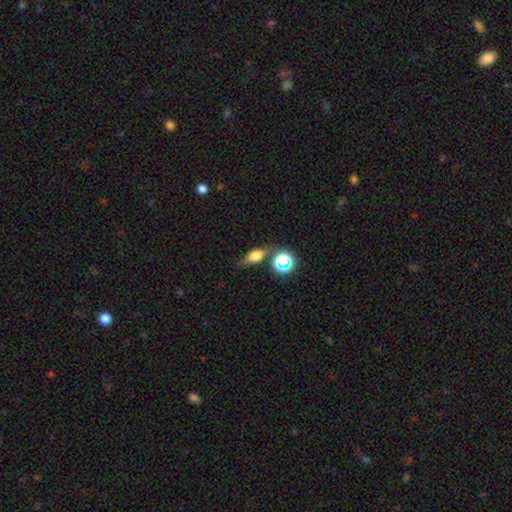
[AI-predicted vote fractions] This appears to be a smooth galaxy with no disk features (61%) that is in between round and cigar-shaped (60%). Merging: none (64%).